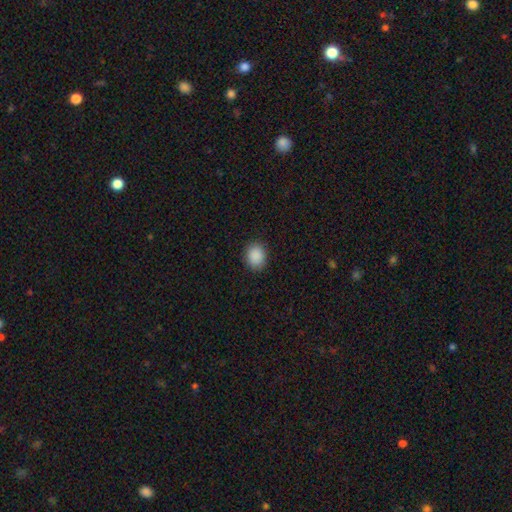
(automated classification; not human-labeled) This is clearly a smooth galaxy (89%). How rounded: possibly round (55%). Merging: clearly none (88%).